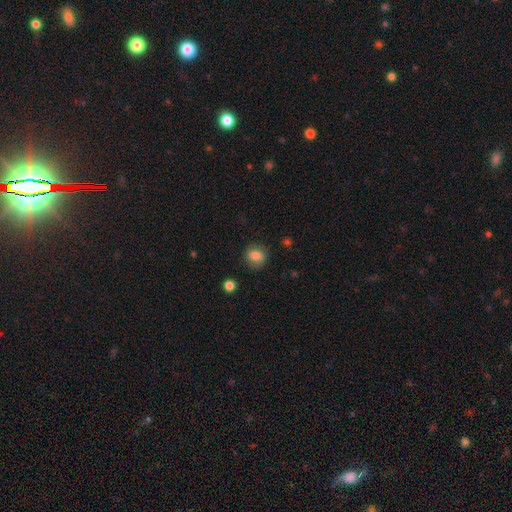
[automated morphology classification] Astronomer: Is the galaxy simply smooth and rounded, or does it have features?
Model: smooth — 79%.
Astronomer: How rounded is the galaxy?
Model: round — 68%.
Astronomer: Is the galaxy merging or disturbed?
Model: none — 81%.